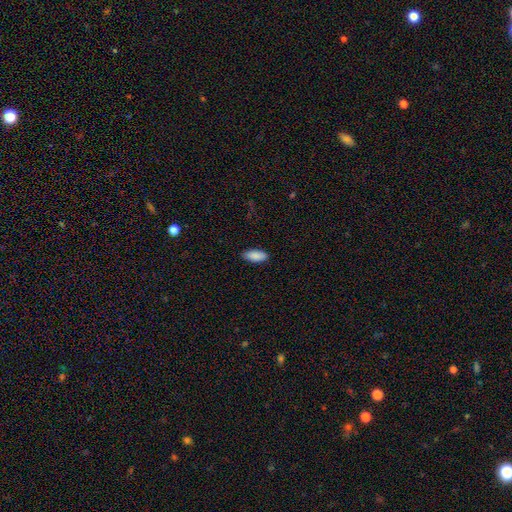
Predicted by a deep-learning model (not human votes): Q: Smooth or featured?
A: smooth (89%); runner-up: star or artifact (6%)
Q: How rounded?
A: in between (89%); runner-up: cigar-shaped (10%)
Q: Merging?
A: none (87%); runner-up: minor disturbance (10%)